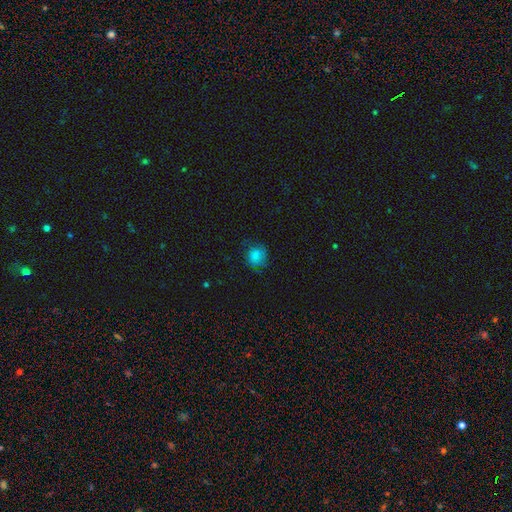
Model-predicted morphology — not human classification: Q: Smooth or featured?
A: smooth (80%); runner-up: star or artifact (11%)
Q: How rounded?
A: round (80%); runner-up: in between (19%)
Q: Merging?
A: none (70%); runner-up: minor disturbance (22%)